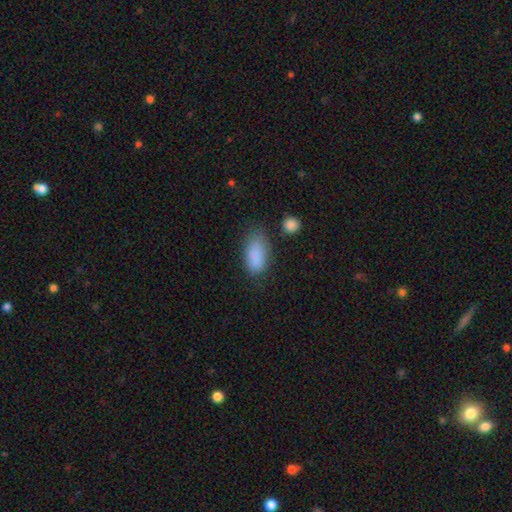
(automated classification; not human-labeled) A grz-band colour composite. It shows a smooth galaxy with no disk features (86%) that is in between round and cigar-shaped (91%). Merging: none (63%).